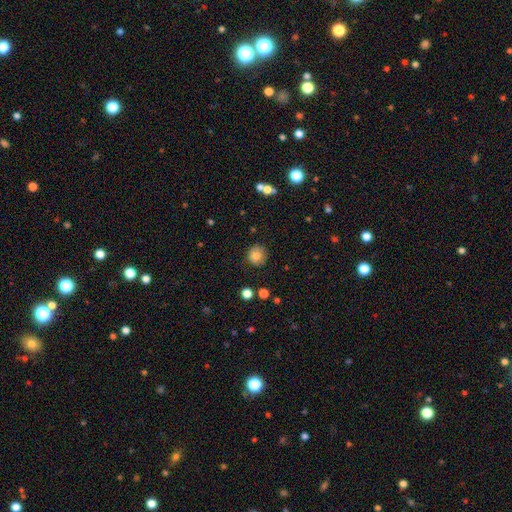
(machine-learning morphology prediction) smooth 83%, star or artifact 10%, featured or disk 7%. Down the decision tree: how rounded — round (91%); merging — none (85%).